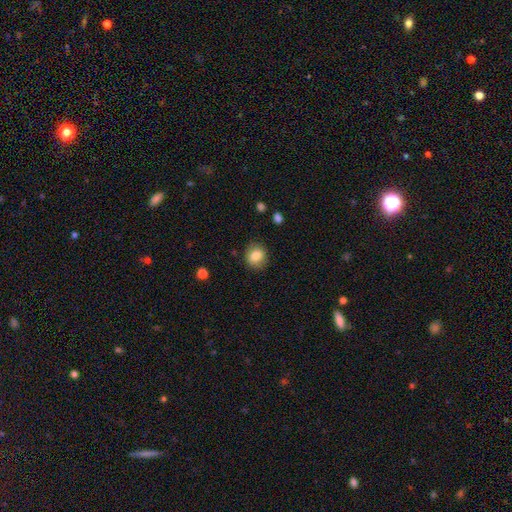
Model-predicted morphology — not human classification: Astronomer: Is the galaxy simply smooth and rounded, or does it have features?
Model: smooth — 84%.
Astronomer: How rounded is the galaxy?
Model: round — 75%.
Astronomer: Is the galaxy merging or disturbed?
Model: none — 85%.